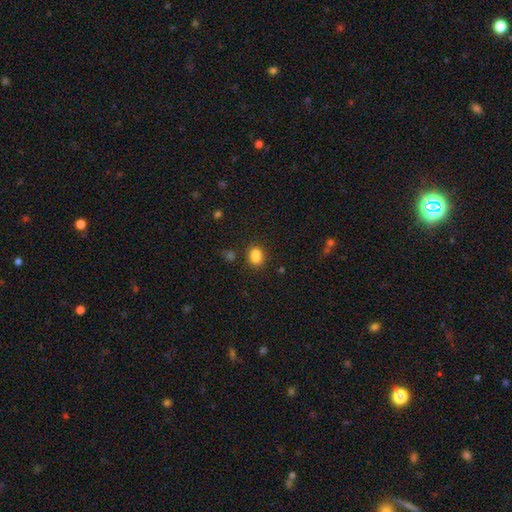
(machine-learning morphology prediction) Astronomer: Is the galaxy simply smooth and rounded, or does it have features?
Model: smooth — 81%.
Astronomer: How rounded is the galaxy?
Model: in between — 66%.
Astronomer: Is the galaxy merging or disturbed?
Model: none — 59%.